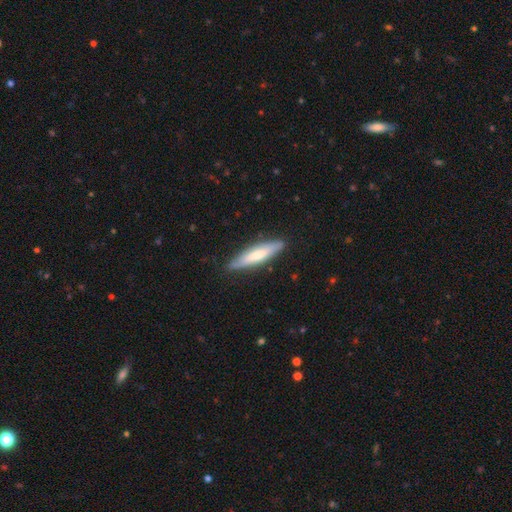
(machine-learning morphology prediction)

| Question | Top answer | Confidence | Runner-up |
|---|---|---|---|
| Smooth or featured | smooth | 62% | featured or disk (33%) |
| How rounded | cigar-shaped | 82% | in between (16%) |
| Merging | none | 87% | minor disturbance (11%) |